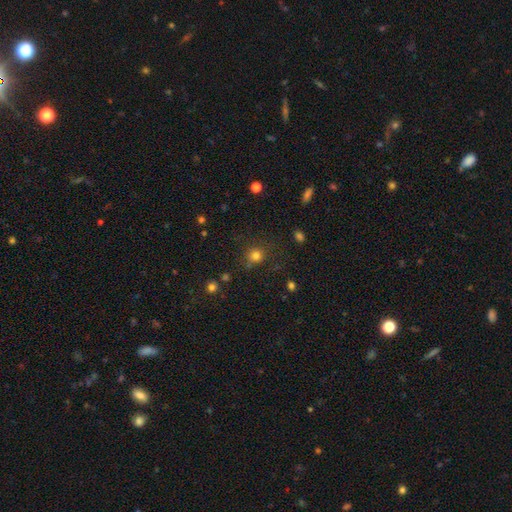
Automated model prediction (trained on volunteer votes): Smooth or featured?
  - smooth: 78% *
  - star or artifact: 16%
  - featured or disk: 6%
How rounded?
  - round: 90% *
  - in between: 9%
  - cigar-shaped: 1%
Merging?
  - none: 79% *
  - minor disturbance: 12%
  - major disturbance: 5%
  - merger: 4%